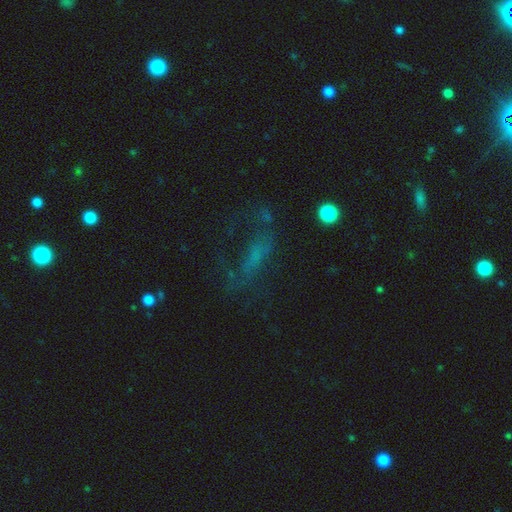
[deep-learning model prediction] smooth_or_featured: featured or disk (p=0.39) [alt: smooth p=0.32]
merging: none (p=0.43) [alt: major disturbance p=0.33]